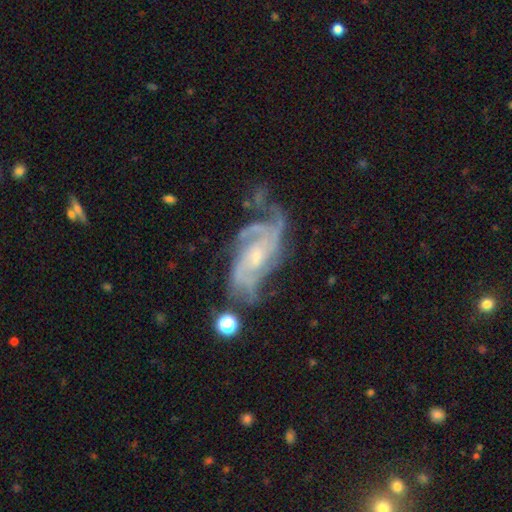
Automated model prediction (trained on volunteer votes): Smooth or featured?
  - featured or disk: 88% *
  - star or artifact: 6%
  - smooth: 6%
Edge-on disk?
  - no: 95% *
  - yes: 5%
Bar?
  - no: 56% *
  - weak: 35%
  - strong: 9%
Spiral arms?
  - yes: 97% *
  - no: 3%
Spiral winding?
  - tight: 45% *
  - medium: 42%
  - loose: 12%
Spiral arm count?
  - 3: 29% *
  - 2: 22%
  - can't tell: 21%
  - 4: 17%
  - more than 4: 6%
  - 1: 5%
Bulge size?
  - small: 61% *
  - moderate: 32%
  - none: 4%
  - large: 2%
  - dominant: 1%
Merging?
  - none: 54% *
  - minor disturbance: 23%
  - major disturbance: 18%
  - merger: 5%